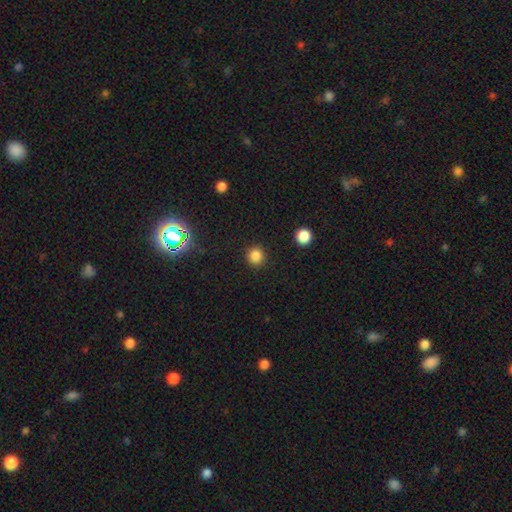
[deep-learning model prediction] Smooth or featured? smooth (83%)
How rounded? round (92%)
Merging? none (91%)